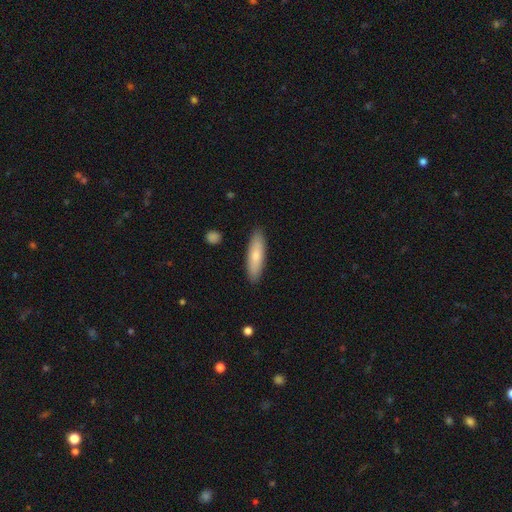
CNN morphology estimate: type=smooth (76%); roundness=cigar-shaped (62%); merging=none (89%).